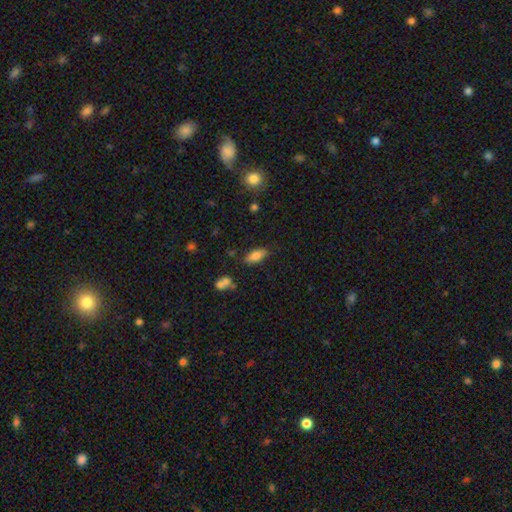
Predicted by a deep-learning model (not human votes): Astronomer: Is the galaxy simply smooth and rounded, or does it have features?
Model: smooth — 77%.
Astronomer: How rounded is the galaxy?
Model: in between — 81%.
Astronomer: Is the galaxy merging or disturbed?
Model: none — 77%.